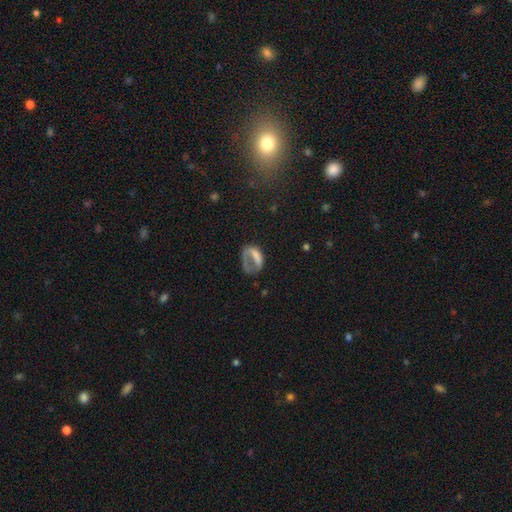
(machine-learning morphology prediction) Smooth or featured? smooth (44%)
Merging? major disturbance (46%)